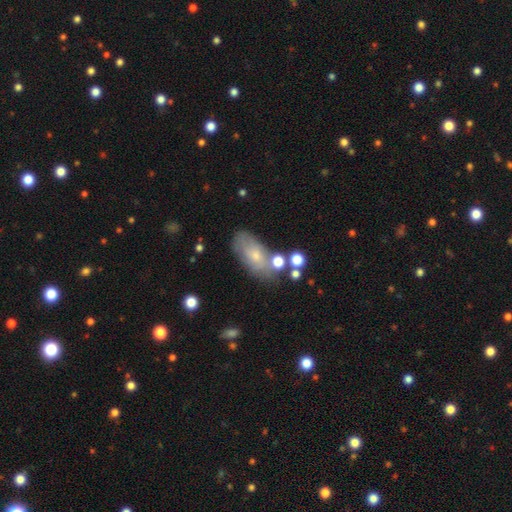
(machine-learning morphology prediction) The model was most divided on "smooth or featured": smooth: 59%, featured or disk: 31%, star or artifact: 9%. More confident: how rounded — in between (88%); merging — none (55%).